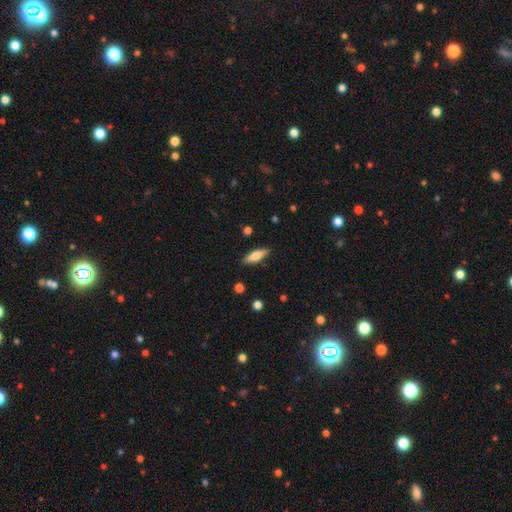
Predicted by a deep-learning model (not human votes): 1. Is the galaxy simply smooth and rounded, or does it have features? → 63% smooth, 31% featured or disk, 6% star or artifact.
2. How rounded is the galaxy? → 55% cigar-shaped, 42% in between, 2% round.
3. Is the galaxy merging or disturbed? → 88% none, 9% minor disturbance, 2% major disturbance, 1% merger.